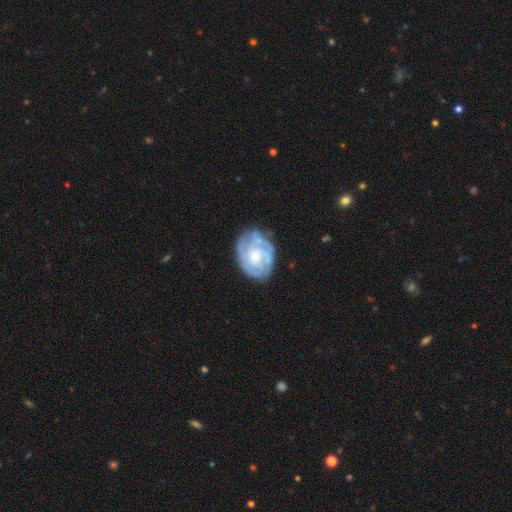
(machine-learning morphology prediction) Smooth or featured? featured or disk (73%)
Edge-on disk? no (98%)
Bar? no (79%)
Spiral arms? yes (81%)
Spiral winding? tight (66%)
Spiral arm count? can't tell (47%)
Bulge size? small (50%)
Merging? none (68%)